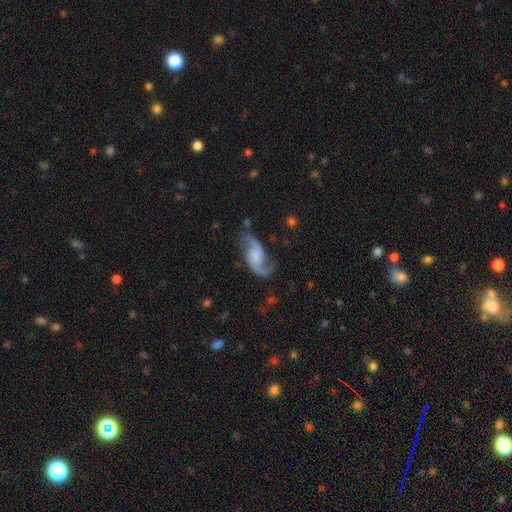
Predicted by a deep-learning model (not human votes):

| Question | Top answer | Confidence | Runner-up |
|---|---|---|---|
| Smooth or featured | featured or disk | 86% | smooth (9%) |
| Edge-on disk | no | 97% | yes (3%) |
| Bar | no | 55% | weak (34%) |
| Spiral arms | yes | 97% | no (3%) |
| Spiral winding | loose | 73% | medium (23%) |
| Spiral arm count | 2 | 93% | 1 (2%) |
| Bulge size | none | 46% | small (21%) |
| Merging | none | 72% | minor disturbance (16%) |